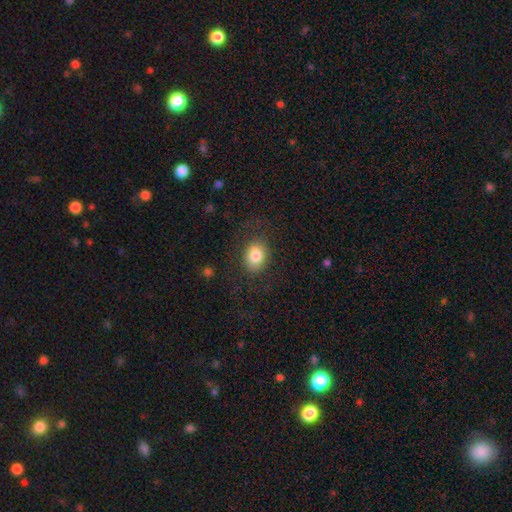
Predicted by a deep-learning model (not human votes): A smooth galaxy with no disk features (81%) that is in between round and cigar-shaped (65%).

Vote fractions:
- Smooth or featured? smooth: 81% / featured or disk: 10% / star or artifact: 9%
- How rounded? in between: 65% / round: 34% / cigar-shaped: 1%
- Merging? none: 80% / minor disturbance: 12% / major disturbance: 7% / merger: 1%